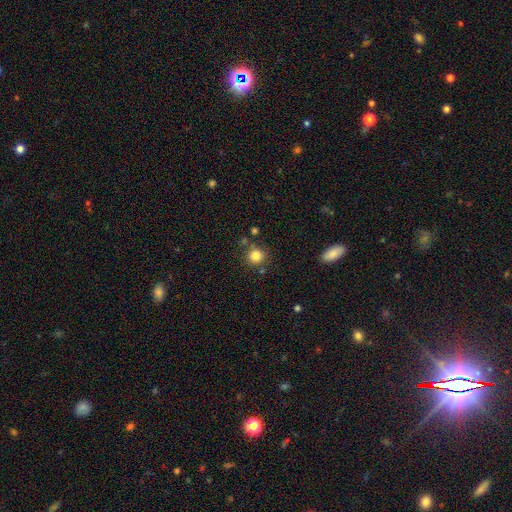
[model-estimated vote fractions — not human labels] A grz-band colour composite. It shows a smooth galaxy with no disk features (83%) that is round (92%). Merging: none (79%).